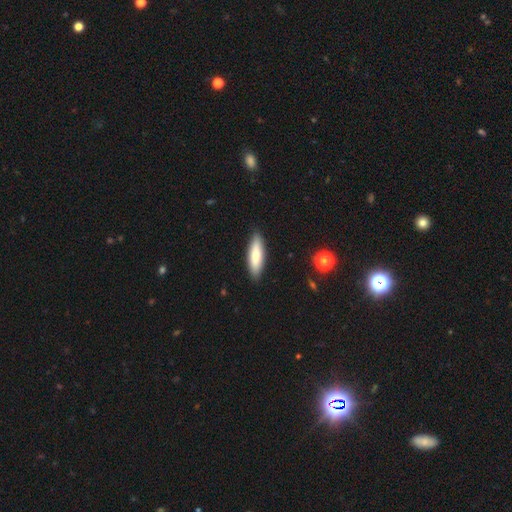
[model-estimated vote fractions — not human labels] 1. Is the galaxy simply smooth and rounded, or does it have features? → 78% smooth, 17% featured or disk, 6% star or artifact.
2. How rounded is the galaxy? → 53% cigar-shaped, 46% in between, 1% round.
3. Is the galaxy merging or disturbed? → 87% none, 10% minor disturbance, 2% major disturbance, 1% merger.